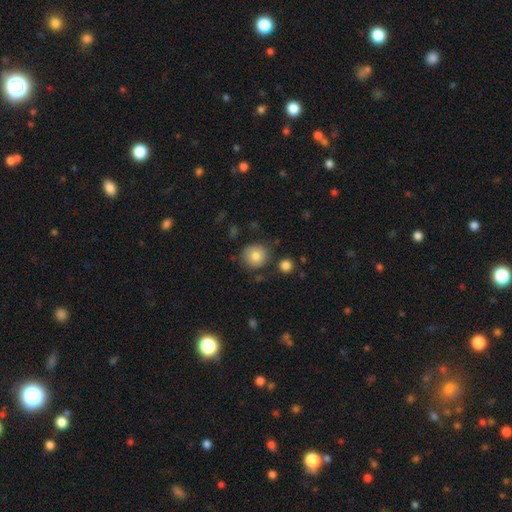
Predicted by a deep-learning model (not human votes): This appears to be a smooth galaxy with no disk features (81%) that is round (91%). Merging: none (79%).